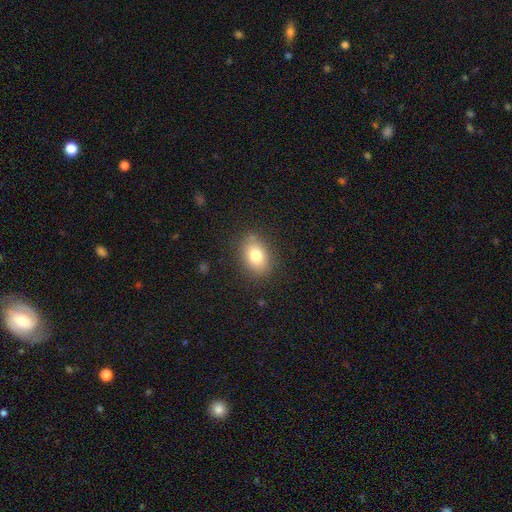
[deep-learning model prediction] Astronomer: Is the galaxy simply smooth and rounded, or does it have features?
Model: smooth — 78%.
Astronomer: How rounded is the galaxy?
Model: in between — 74%.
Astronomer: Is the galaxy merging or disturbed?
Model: none — 83%.